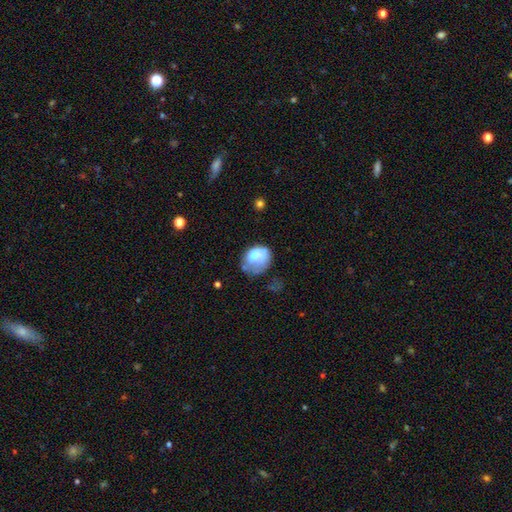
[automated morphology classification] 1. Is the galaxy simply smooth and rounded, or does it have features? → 60% smooth, 31% featured or disk, 8% star or artifact.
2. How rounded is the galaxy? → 51% in between, 48% round, 1% cigar-shaped.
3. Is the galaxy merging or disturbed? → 36% none, 31% minor disturbance, 25% major disturbance, 8% merger.